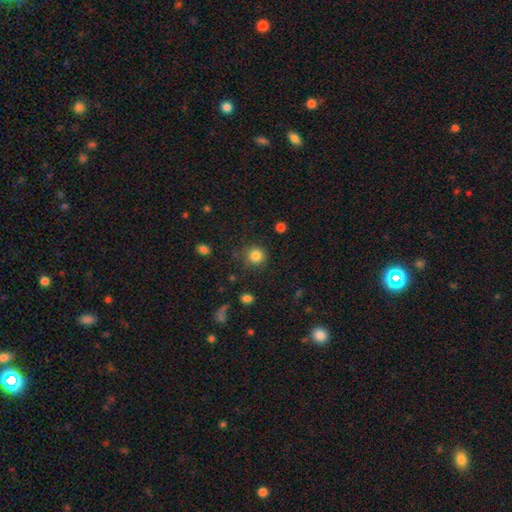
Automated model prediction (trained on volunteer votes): A smooth galaxy with no disk features (84%) that is round (92%).

Vote fractions:
- Smooth or featured? smooth: 84% / star or artifact: 11% / featured or disk: 5%
- How rounded? round: 92% / in between: 7% / cigar-shaped: 1%
- Merging? none: 85% / minor disturbance: 9% / major disturbance: 3% / merger: 2%